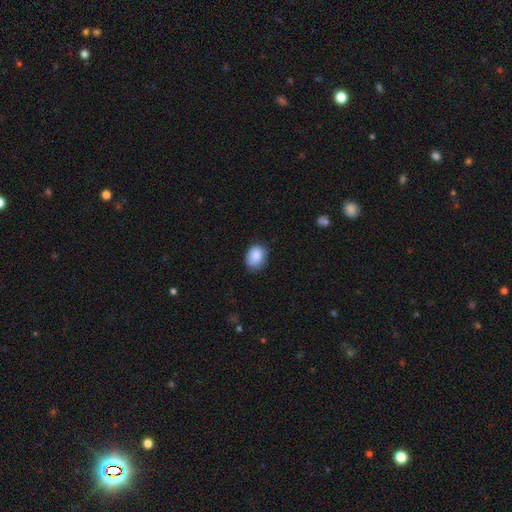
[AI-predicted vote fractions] Morphology: type=smooth (87%); roundness=in between (57%); merging=none (72%).